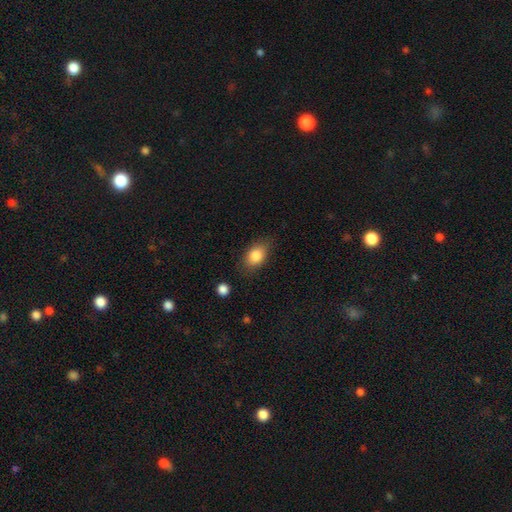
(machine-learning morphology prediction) A smooth galaxy with no disk features (83%) that is in between round and cigar-shaped (82%).

Vote fractions:
- Smooth or featured? smooth: 83% / featured or disk: 9% / star or artifact: 8%
- How rounded? in between: 82% / round: 15% / cigar-shaped: 3%
- Merging? none: 77% / minor disturbance: 17% / major disturbance: 4% / merger: 2%